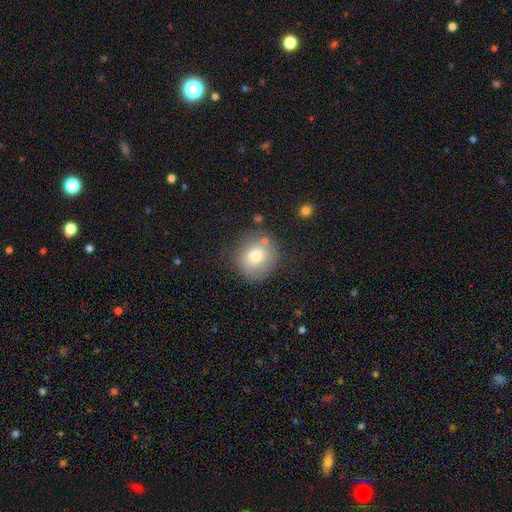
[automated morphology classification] Q: Smooth or featured?
A: smooth (74%); runner-up: featured or disk (16%)
Q: How rounded?
A: round (87%); runner-up: in between (12%)
Q: Merging?
A: none (75%); runner-up: minor disturbance (15%)